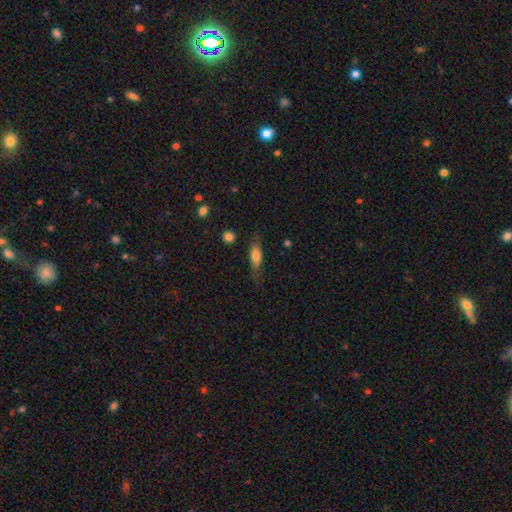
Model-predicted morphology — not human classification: Smooth or featured: smooth — 68% (featured or disk — 25%)
How rounded: in between — 54% (cigar-shaped — 42%)
Merging: none — 67% (minor disturbance — 23%)